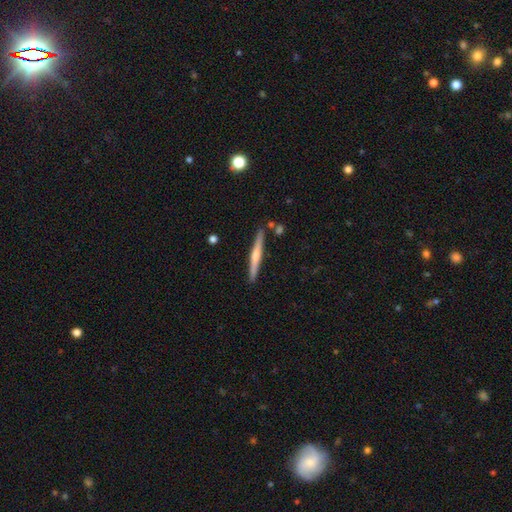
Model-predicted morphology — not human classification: Smooth or featured? Predicted: featured or disk (p=0.54). Edge-on disk? Predicted: yes (p=0.98). Edge-on bulge? Predicted: rounded (p=0.67). Merging? Predicted: none (p=0.88).